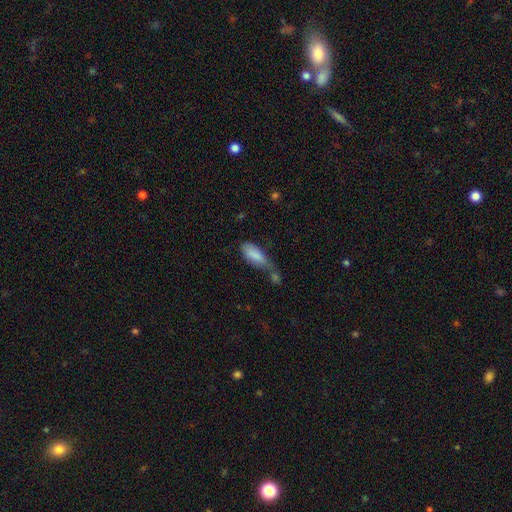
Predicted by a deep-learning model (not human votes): smooth_or_featured: smooth (p=0.83) [alt: featured or disk p=0.10]
how_rounded: in between (p=0.82) [alt: cigar-shaped p=0.16]
merging: merger (p=0.37) [alt: none p=0.24]